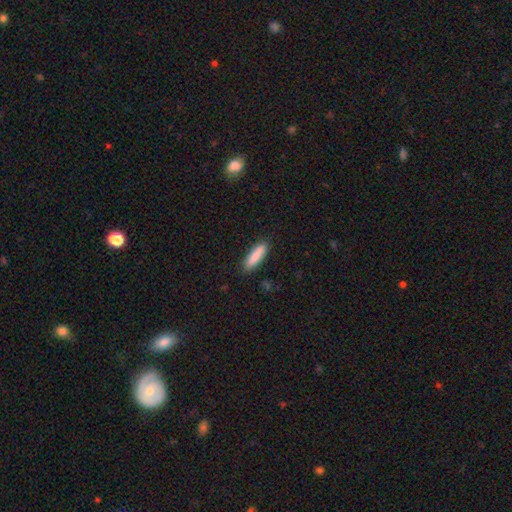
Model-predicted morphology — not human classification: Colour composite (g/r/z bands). It shows a smooth galaxy with no disk features (88%) that is cigar-shaped (63%). Merging: none (88%).